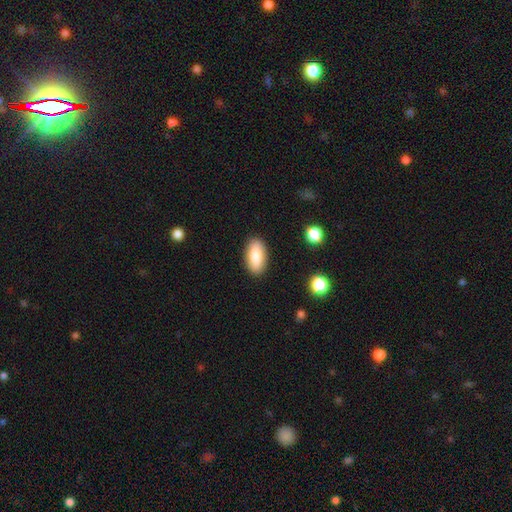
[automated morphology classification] smooth_or_featured: smooth (p=0.83) [alt: featured or disk p=0.11]
how_rounded: in between (p=0.90) [alt: cigar-shaped p=0.07]
merging: none (p=0.88) [alt: minor disturbance p=0.09]